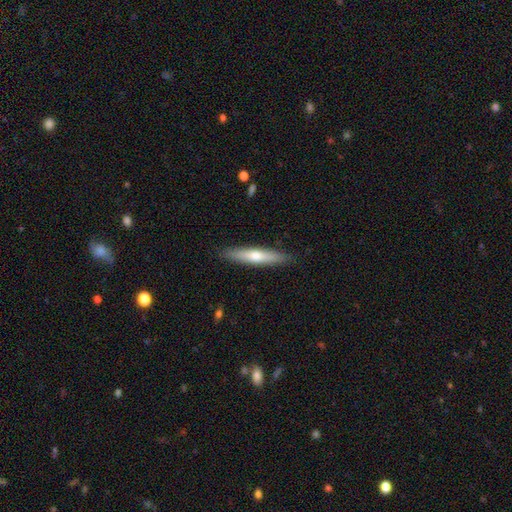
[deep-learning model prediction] smooth 53%, featured or disk 41%, star or artifact 6%. Down the decision tree: how rounded — cigar-shaped (90%); merging — none (90%).